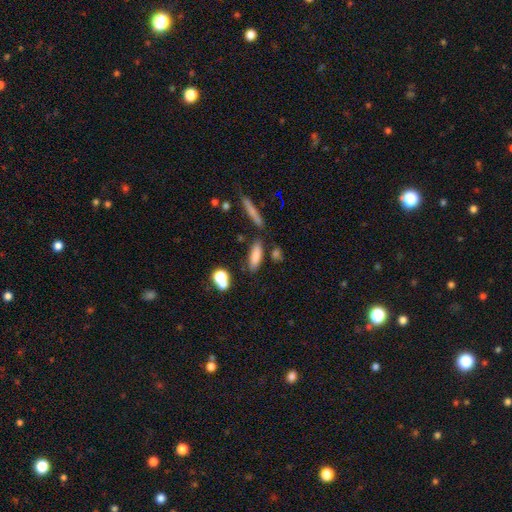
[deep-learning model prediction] Overall: smooth (80%). How rounded: cigar-shaped (49%; in between 48%). Merging: none (76%).